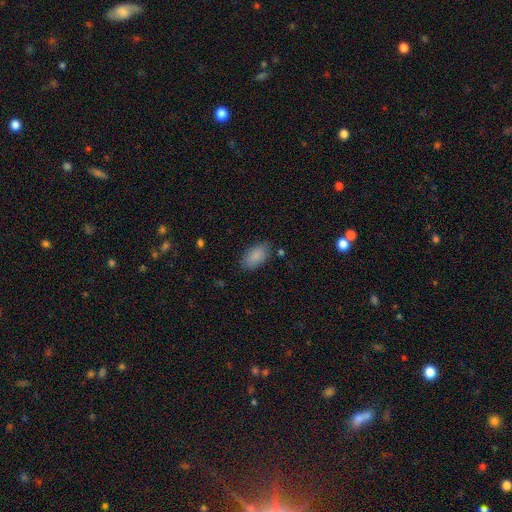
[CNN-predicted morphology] Smooth or featured? Predicted: smooth (p=0.88). How rounded? Predicted: in between (p=0.93). Merging? Predicted: none (p=0.82).